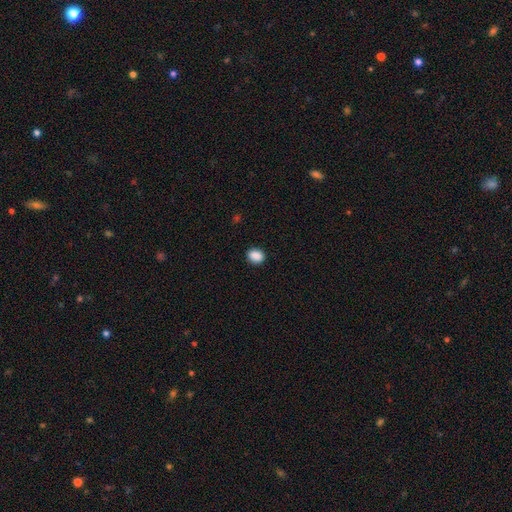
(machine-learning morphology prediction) This is clearly a smooth galaxy (89%). How rounded: possibly in between (51%). Merging: clearly none (88%).